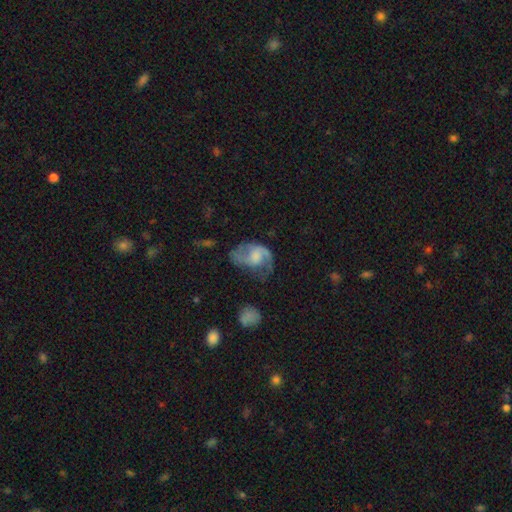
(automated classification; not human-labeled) A featured or disk galaxy (71%) with no bar (60%), 2 (78%) medium (45%) spiral arms (88%) and a moderate central bulge (31%).

Vote fractions:
- Smooth or featured? featured or disk: 71% / smooth: 22% / star or artifact: 7%
- Edge-on disk? no: 97% / yes: 3%
- Bar? no: 60% / weak: 34% / strong: 6%
- Spiral arms? yes: 88% / no: 12%
- Spiral winding? medium: 45% / loose: 40% / tight: 14%
- Spiral arm count? 2: 78% / 1: 11% / can't tell: 7% / 3: 2% / 4: 1% / more than 4: 1%
- Bulge size? moderate: 31% / none: 25% / large: 21% / small: 21% / dominant: 3%
- Merging? none: 42% / major disturbance: 29% / minor disturbance: 25% / merger: 4%